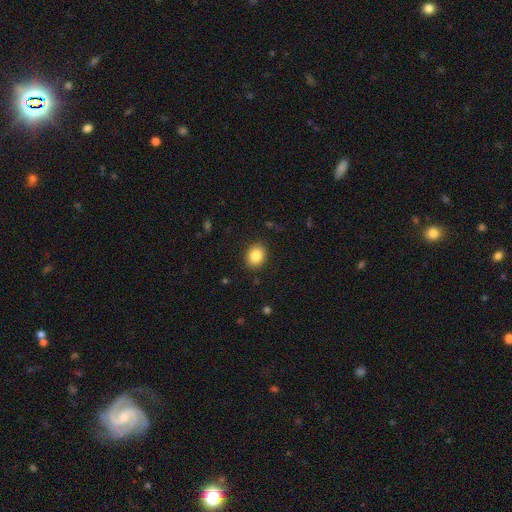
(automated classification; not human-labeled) A smooth galaxy with no disk features (86%) that is round (50%).

Vote fractions:
- Smooth or featured? smooth: 86% / star or artifact: 8% / featured or disk: 5%
- How rounded? round: 50% / in between: 49% / cigar-shaped: 1%
- Merging? none: 88% / minor disturbance: 8% / major disturbance: 2% / merger: 1%